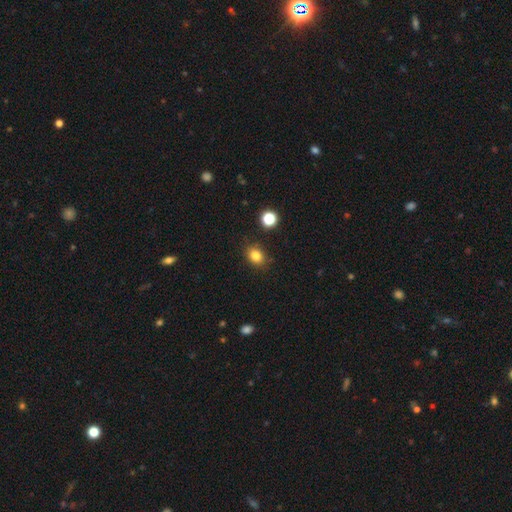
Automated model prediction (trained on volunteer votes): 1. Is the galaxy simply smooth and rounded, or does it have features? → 82% smooth, 12% star or artifact, 6% featured or disk.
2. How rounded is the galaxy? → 54% in between, 45% round, 1% cigar-shaped.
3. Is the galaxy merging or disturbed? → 86% none, 10% minor disturbance, 3% major disturbance, 2% merger.